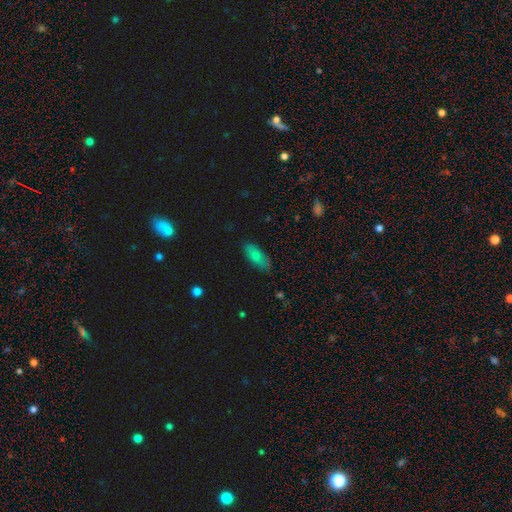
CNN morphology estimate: Q: Smooth or featured?
A: smooth (76%); runner-up: featured or disk (15%)
Q: How rounded?
A: in between (83%); runner-up: cigar-shaped (15%)
Q: Merging?
A: none (78%); runner-up: minor disturbance (18%)